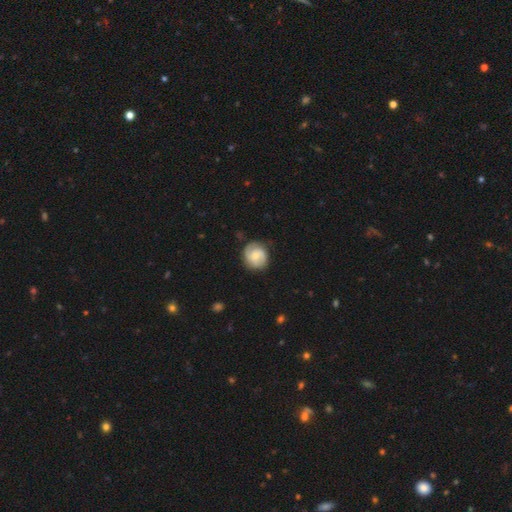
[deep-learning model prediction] A featured or disk galaxy (58%) with no bar (53%), 2 (79%) medium (42%) spiral arms (91%) and a small central bulge (47%). Merging: none (81%).